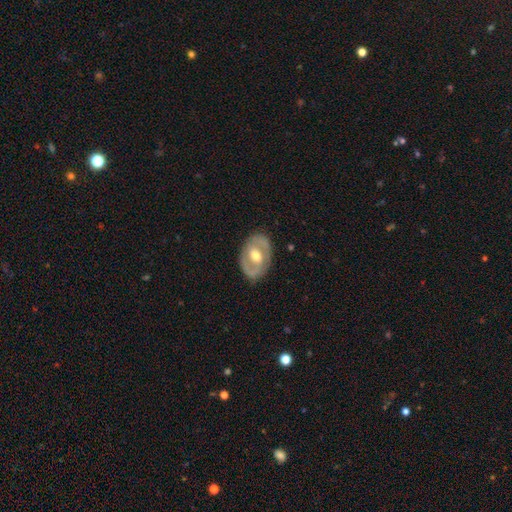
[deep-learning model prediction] Overall: featured or disk (69%). Edge-on disk: no (94%). Bar: weak (40%; no 39%). Spiral arms: yes (50%, tied with no). Bulge size: moderate (75%). Merging: none (83%).